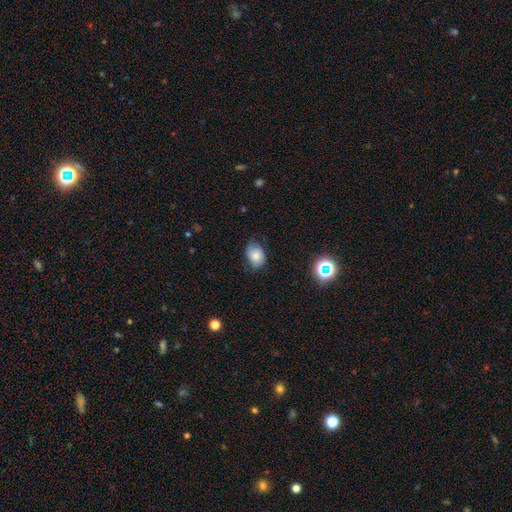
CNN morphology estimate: A smooth galaxy with no disk features (75%) that is in between round and cigar-shaped (73%). Merging: none (62%).